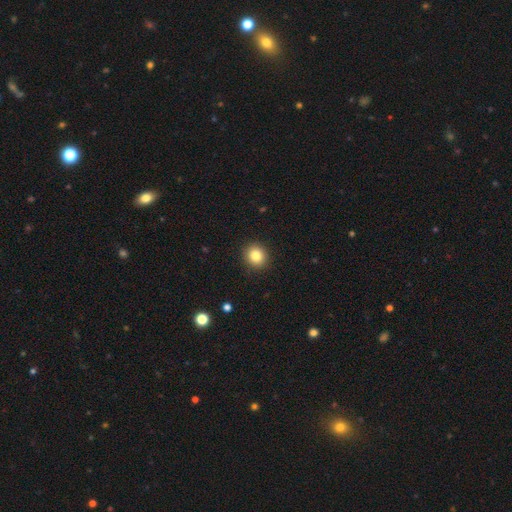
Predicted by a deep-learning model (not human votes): Overall: smooth (83%). How rounded: round (87%). Merging: none (92%).